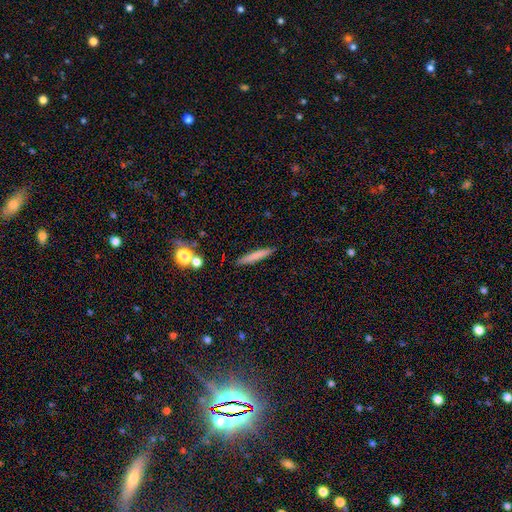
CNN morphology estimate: This is likely a smooth galaxy (74%). How rounded: clearly cigar-shaped (93%). Merging: clearly none (88%).